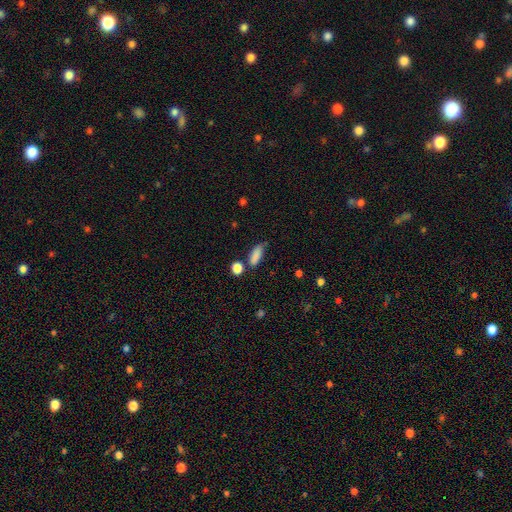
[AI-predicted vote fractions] smooth_or_featured: smooth (p=0.85) [alt: star or artifact p=0.09]
how_rounded: in between (p=0.69) [alt: cigar-shaped p=0.26]
merging: none (p=0.62) [alt: minor disturbance p=0.23]